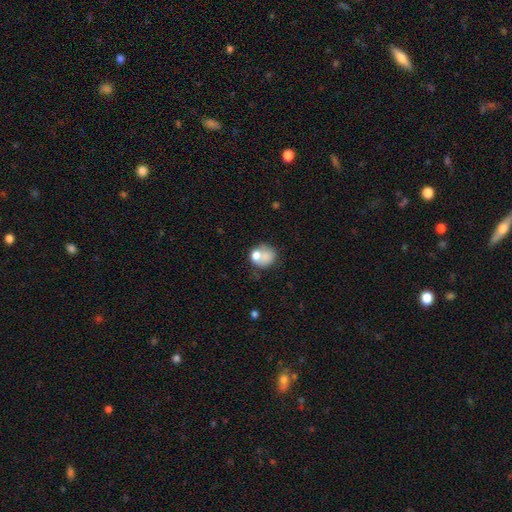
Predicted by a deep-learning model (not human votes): A smooth galaxy with no disk features (71%) that is round (63%). Merging: merger (40%).